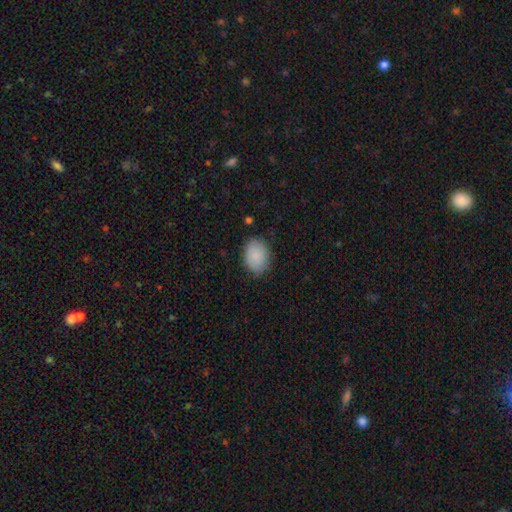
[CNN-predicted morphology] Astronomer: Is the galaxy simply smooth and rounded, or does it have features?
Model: smooth — 89%.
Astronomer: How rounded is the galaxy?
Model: in between — 73%.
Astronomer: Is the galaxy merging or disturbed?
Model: none — 83%.